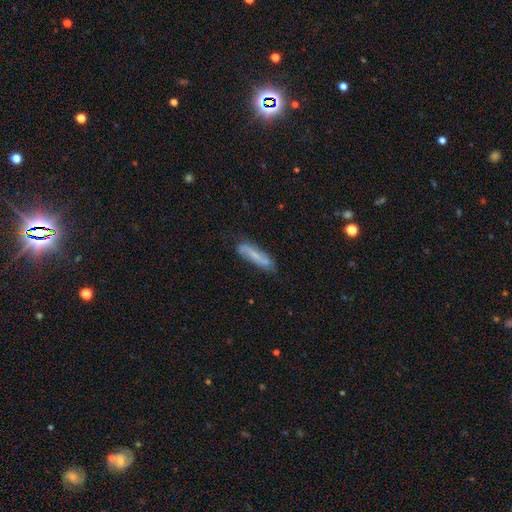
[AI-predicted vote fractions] smooth-or-featured: smooth: 49% | featured or disk: 42% | star or artifact: 8%
  merging: none: 71% | minor disturbance: 21% | major disturbance: 5% | merger: 3%